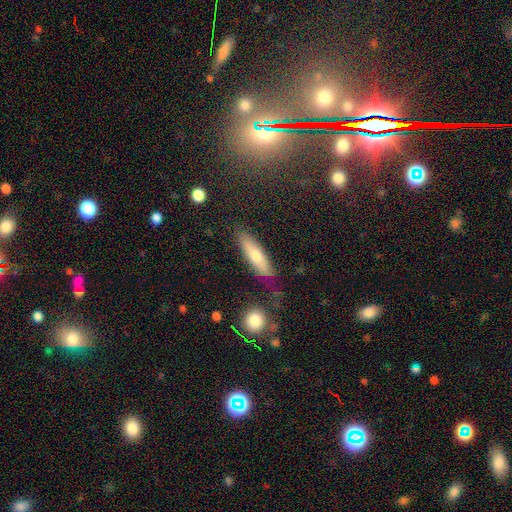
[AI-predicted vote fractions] The model was most divided on "how rounded": cigar-shaped: 62%, in between: 36%, round: 2%. More confident: merging — none (77%); smooth or featured — smooth (64%).